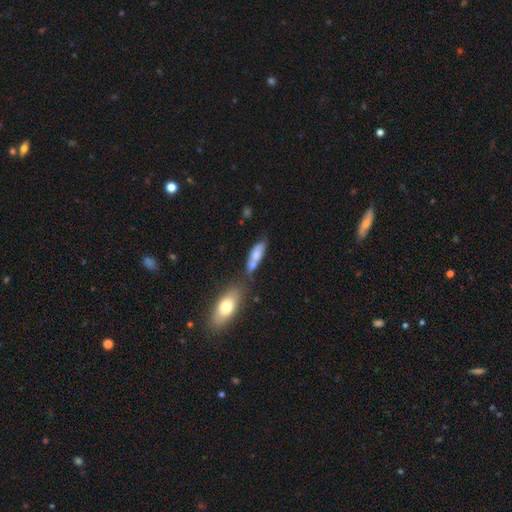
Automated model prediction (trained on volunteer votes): A smooth galaxy with no disk features (67%) that is in between round and cigar-shaped (65%).

Vote fractions:
- Smooth or featured? smooth: 67% / featured or disk: 25% / star or artifact: 8%
- How rounded? in between: 65% / cigar-shaped: 32% / round: 4%
- Merging? none: 38% / merger: 36% / minor disturbance: 18% / major disturbance: 8%